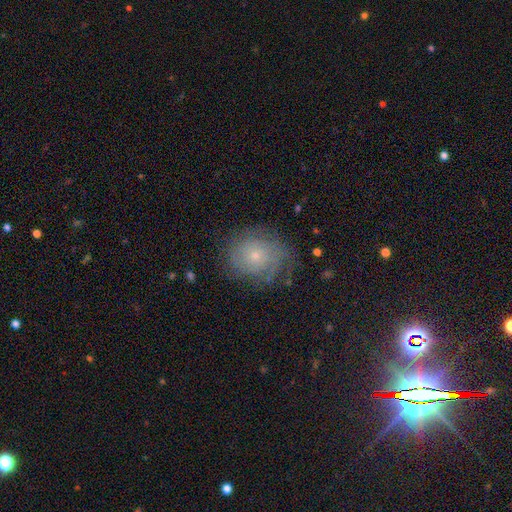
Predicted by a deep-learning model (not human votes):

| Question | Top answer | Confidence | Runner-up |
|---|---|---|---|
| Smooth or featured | featured or disk | 57% | smooth (33%) |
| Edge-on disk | no | 97% | yes (3%) |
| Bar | no | 85% | weak (13%) |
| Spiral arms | yes | 84% | no (16%) |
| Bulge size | small | 71% | moderate (24%) |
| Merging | none | 68% | minor disturbance (20%) |